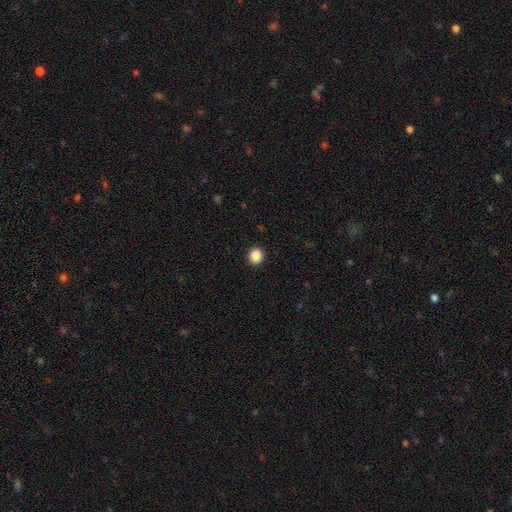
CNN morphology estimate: Smooth or featured: smooth — 88% (star or artifact — 9%)
How rounded: round — 81% (in between — 18%)
Merging: none — 93% (minor disturbance — 5%)